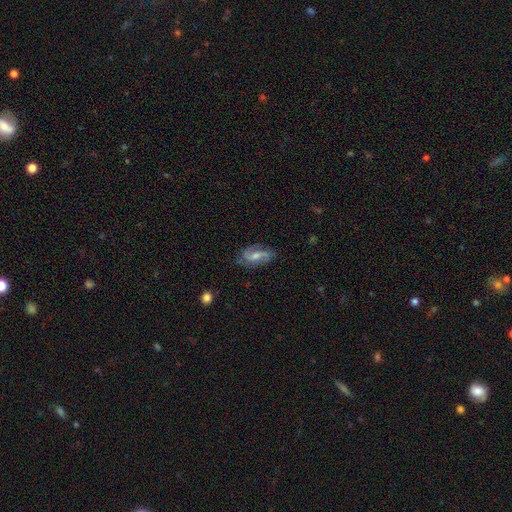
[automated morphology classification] Smooth or featured?
  - featured or disk: 73% *
  - smooth: 19%
  - star or artifact: 8%
Edge-on disk?
  - no: 94% *
  - yes: 6%
Bar?
  - weak: 47% *
  - no: 33%
  - strong: 20%
Spiral arms?
  - yes: 92% *
  - no: 8%
Spiral winding?
  - medium: 44% *
  - loose: 34%
  - tight: 22%
Spiral arm count?
  - 2: 77% *
  - can't tell: 11%
  - 3: 5%
  - 1: 4%
  - 4: 2%
  - more than 4: 2%
Bulge size?
  - moderate: 56% *
  - small: 34%
  - large: 5%
  - none: 4%
  - dominant: 1%
Merging?
  - none: 74% *
  - minor disturbance: 18%
  - major disturbance: 6%
  - merger: 2%